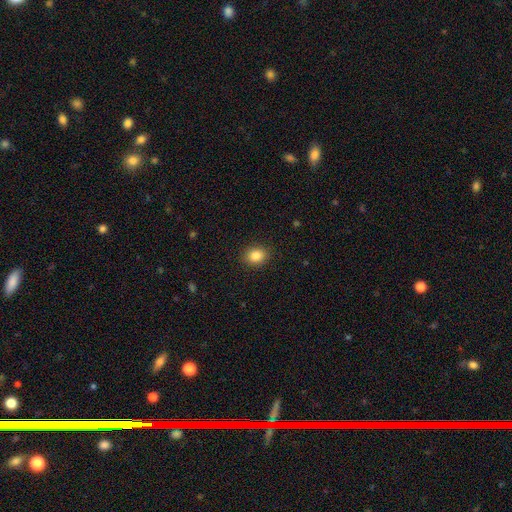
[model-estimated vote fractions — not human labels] The model was most divided on "how rounded": in between: 50%, round: 49%, cigar-shaped: 1%. More confident: merging — none (89%); smooth or featured — smooth (86%).